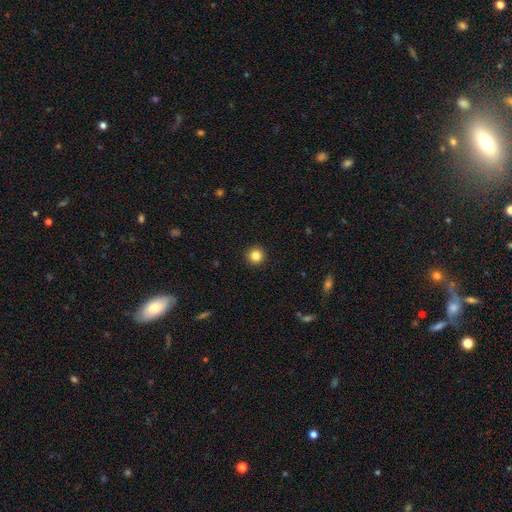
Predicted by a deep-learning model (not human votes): Smooth or featured? smooth (84%)
How rounded? round (96%)
Merging? none (93%)